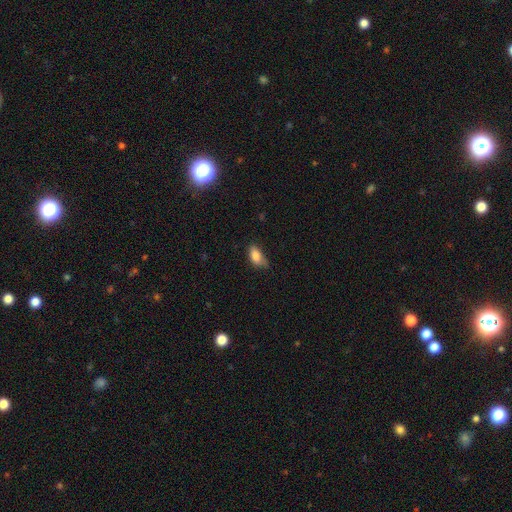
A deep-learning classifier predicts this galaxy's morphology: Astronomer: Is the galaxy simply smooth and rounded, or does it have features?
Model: smooth — 84%.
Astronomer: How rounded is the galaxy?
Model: in between — 89%.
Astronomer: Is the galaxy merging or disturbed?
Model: none — 56% (runner-up: minor disturbance, 35%).